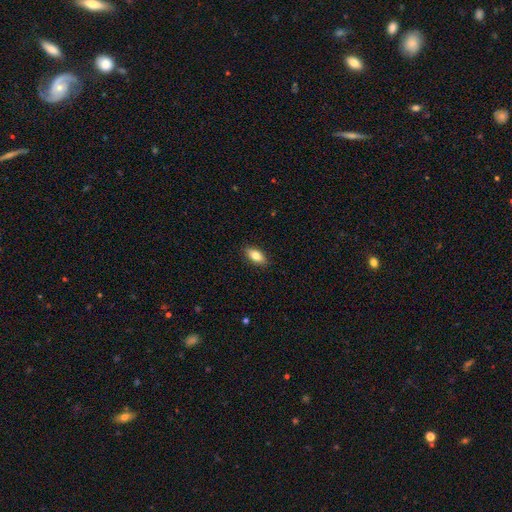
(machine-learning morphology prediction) Overall: smooth (82%). How rounded: in between (87%). Merging: none (89%).